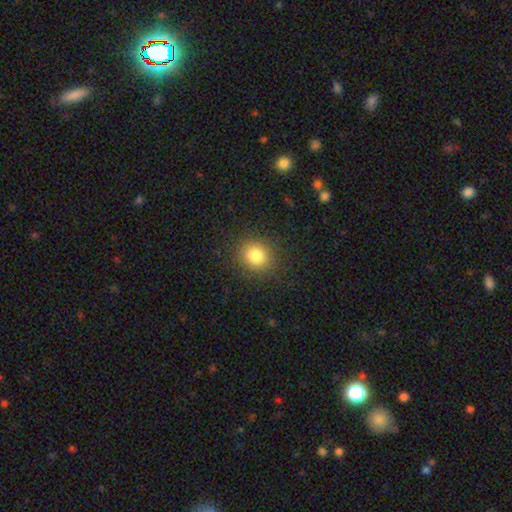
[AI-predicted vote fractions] smooth-or-featured: smooth: 82% | star or artifact: 12% | featured or disk: 6%
  how-rounded: round: 80% | in between: 19% | cigar-shaped: 1%
  merging: none: 88% | minor disturbance: 8% | major disturbance: 3% | merger: 1%